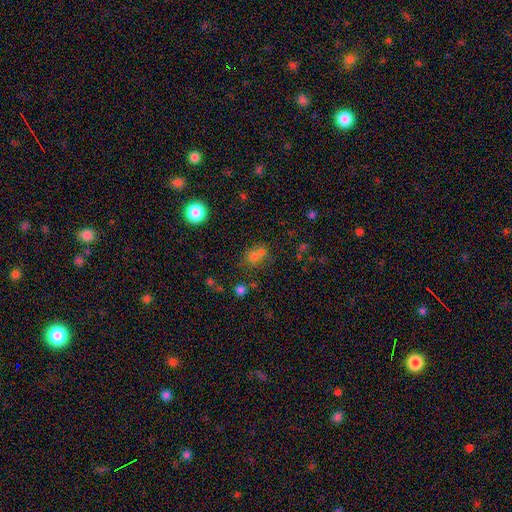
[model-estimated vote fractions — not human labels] smooth 66%, star or artifact 21%, featured or disk 13%. Down the decision tree: how rounded — round (61%); merging — none (44%).